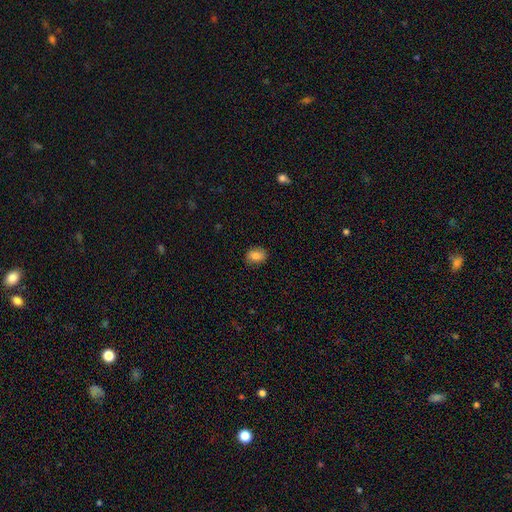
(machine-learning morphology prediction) smooth_or_featured: smooth (p=0.84) [alt: star or artifact p=0.09]
how_rounded: in between (p=0.64) [alt: round p=0.35]
merging: none (p=0.86) [alt: minor disturbance p=0.11]